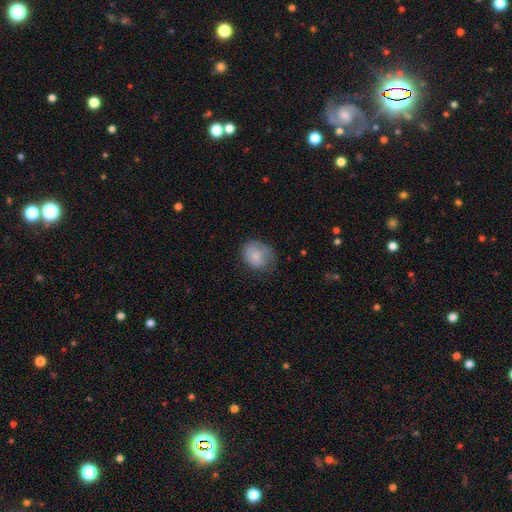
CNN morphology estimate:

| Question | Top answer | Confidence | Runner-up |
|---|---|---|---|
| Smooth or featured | smooth | 64% | featured or disk (29%) |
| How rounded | round | 58% | in between (42%) |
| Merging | none | 59% | minor disturbance (27%) |